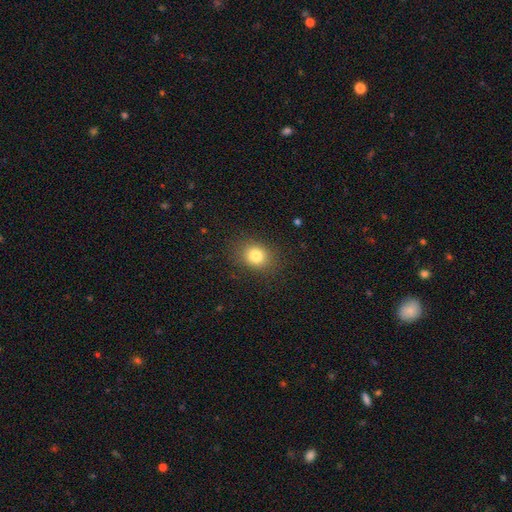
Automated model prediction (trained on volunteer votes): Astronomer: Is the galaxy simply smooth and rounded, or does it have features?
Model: smooth — 81%.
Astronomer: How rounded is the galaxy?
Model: round — 54% (runner-up: in between, 45%).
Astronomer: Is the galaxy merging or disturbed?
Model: none — 85%.